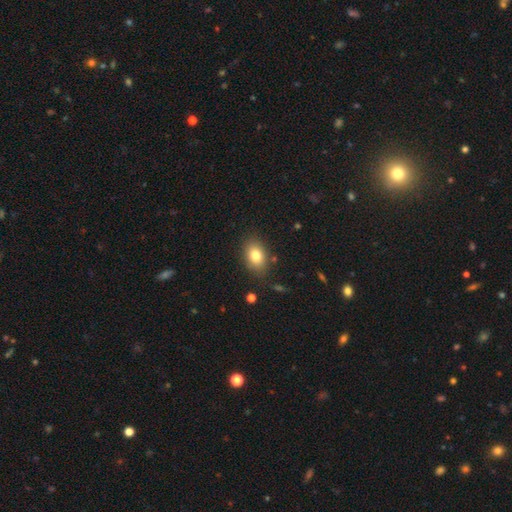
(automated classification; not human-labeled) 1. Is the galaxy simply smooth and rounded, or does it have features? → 81% smooth, 10% featured or disk, 9% star or artifact.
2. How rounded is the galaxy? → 82% in between, 17% round, 1% cigar-shaped.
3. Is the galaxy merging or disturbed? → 84% none, 11% minor disturbance, 3% major disturbance, 2% merger.